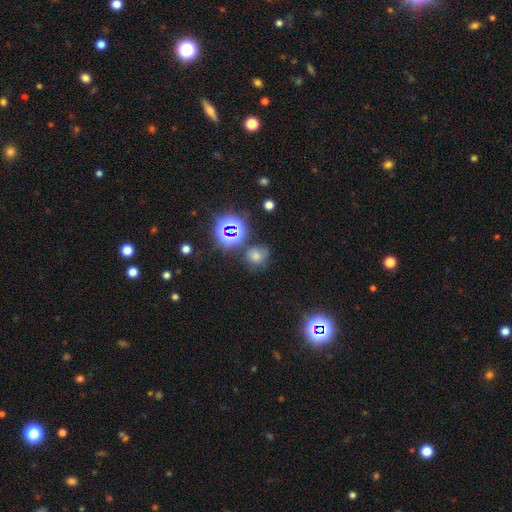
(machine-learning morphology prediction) Q: Smooth or featured?
A: smooth (49%); runner-up: star or artifact (40%)
Q: Merging?
A: none (74%); runner-up: minor disturbance (14%)